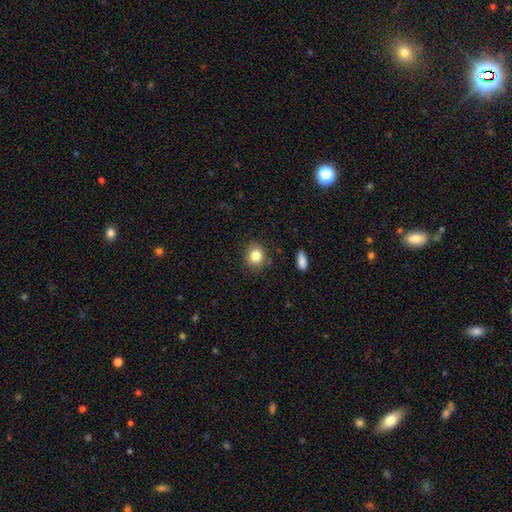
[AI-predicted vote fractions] A smooth galaxy with no disk features (83%) that is round (73%). Merging: none (85%).